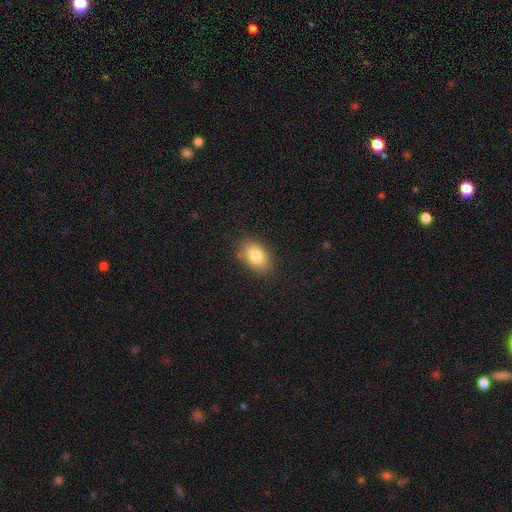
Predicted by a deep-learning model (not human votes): Smooth or featured? Predicted: smooth (p=0.82). How rounded? Predicted: in between (p=0.88). Merging? Predicted: none (p=0.84).